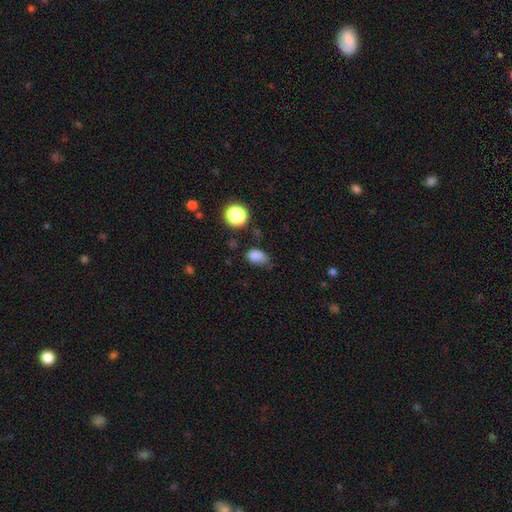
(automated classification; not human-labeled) Smooth or featured? Predicted: smooth (p=0.81). How rounded? Predicted: in between (p=0.80). Merging? Predicted: none (p=0.49).